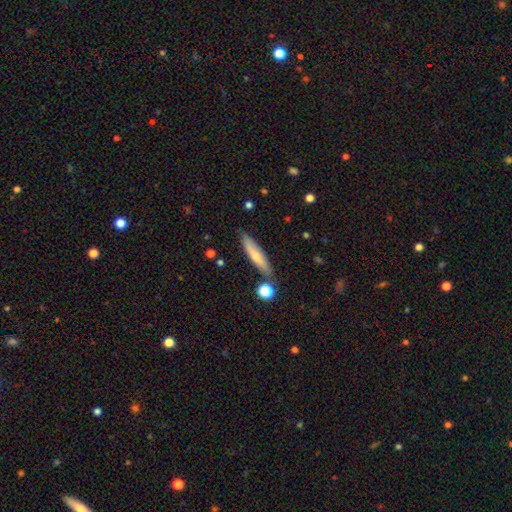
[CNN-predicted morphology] A smooth galaxy with no disk features (62%) that is cigar-shaped (81%).

Vote fractions:
- Smooth or featured? smooth: 62% / featured or disk: 31% / star or artifact: 7%
- How rounded? cigar-shaped: 81% / in between: 18% / round: 2%
- Merging? none: 79% / minor disturbance: 14% / merger: 5% / major disturbance: 3%